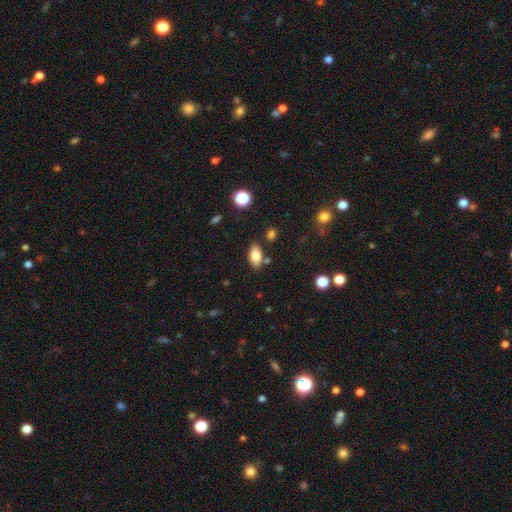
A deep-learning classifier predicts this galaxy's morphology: Smooth or featured? smooth (83%)
How rounded? in between (90%)
Merging? none (79%)